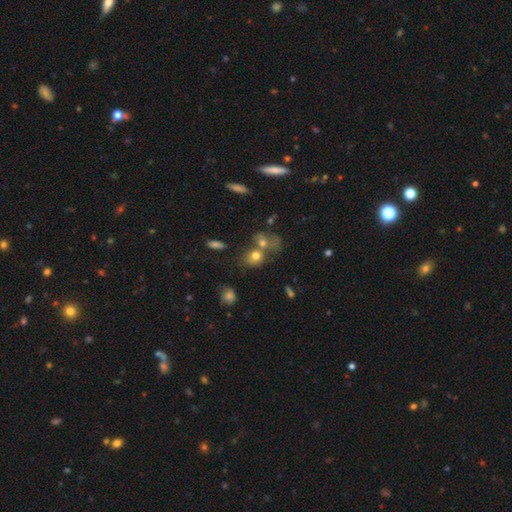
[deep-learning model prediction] Morphology: type=smooth (68%); roundness=round (63%); merging=merger (45%).